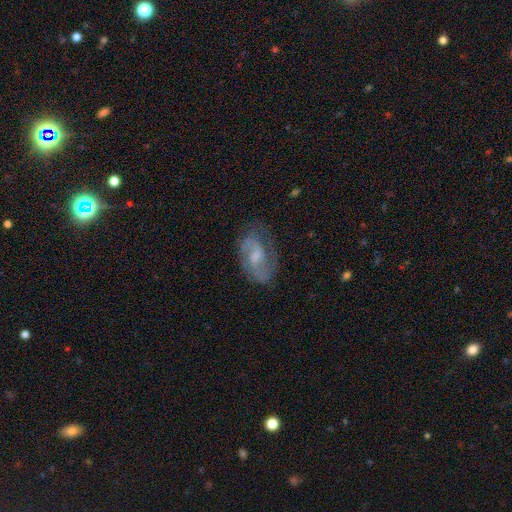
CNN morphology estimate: type=featured or disk (73%); edge-on=no (96%); bar=weak (49%); spiral arms=yes (90%); winding=medium (49%); arm count=2 (79%); bulge=moderate (42%); merging=none (66%).